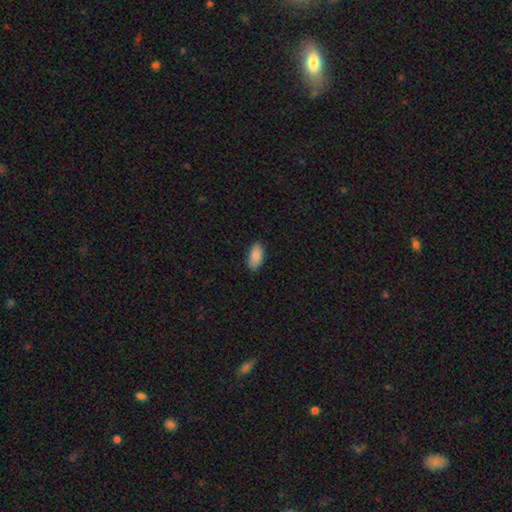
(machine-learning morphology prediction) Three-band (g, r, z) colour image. It shows a smooth galaxy with no disk features (89%) that is in between round and cigar-shaped (93%). Merging: none (88%).